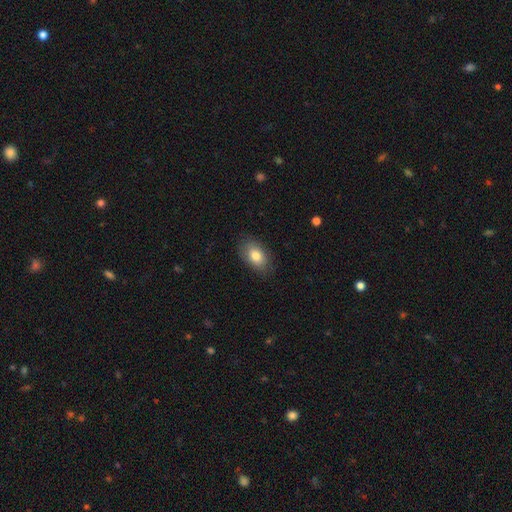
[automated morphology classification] Smooth or featured? smooth (81%)
How rounded? in between (89%)
Merging? none (83%)